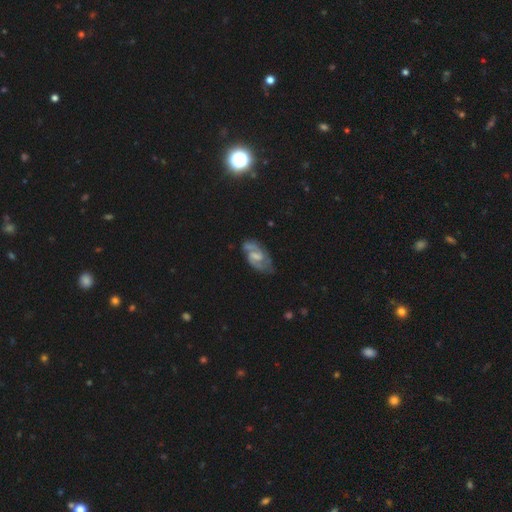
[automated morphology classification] Smooth or featured? featured or disk (83%)
Edge-on disk? no (97%)
Bar? weak (57%)
Spiral arms? yes (95%)
Spiral winding? medium (53%)
Spiral arm count? 2 (86%)
Bulge size? small (34%, tied with moderate)
Merging? none (70%)